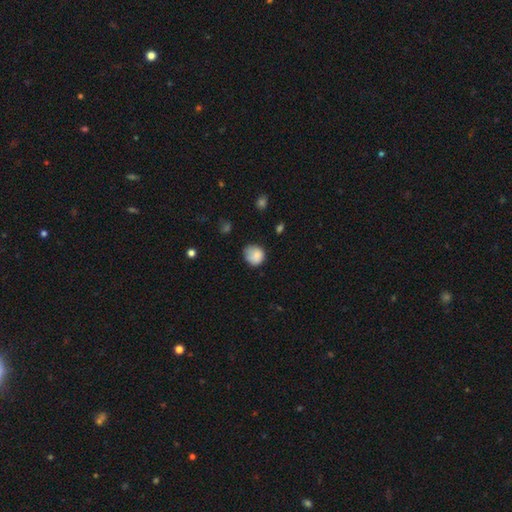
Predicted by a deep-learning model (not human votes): Smooth or featured: smooth — 82% (featured or disk — 10%)
How rounded: round — 78% (in between — 21%)
Merging: none — 60% (minor disturbance — 30%)